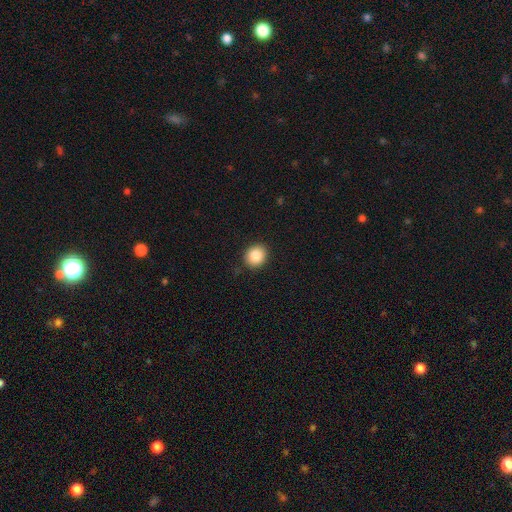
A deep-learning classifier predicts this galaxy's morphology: The model was most divided on "how rounded": round: 74%, in between: 26%, cigar-shaped: 1%. More confident: merging — none (89%); smooth or featured — smooth (85%).